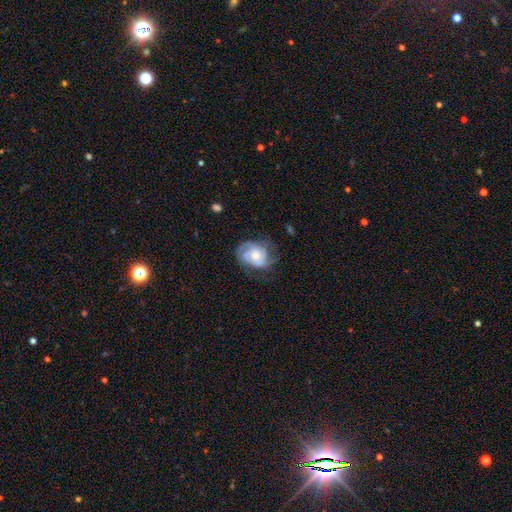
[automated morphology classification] Q: Smooth or featured?
A: featured or disk (72%); runner-up: smooth (22%)
Q: Edge-on disk?
A: no (97%); runner-up: yes (3%)
Q: Bar?
A: no (72%); runner-up: weak (24%)
Q: Spiral arms?
A: yes (90%); runner-up: no (10%)
Q: Spiral winding?
A: tight (53%); runner-up: medium (36%)
Q: Spiral arm count?
A: 2 (34%); runner-up: can't tell (27%)
Q: Bulge size?
A: moderate (58%); runner-up: small (26%)
Q: Merging?
A: none (61%); runner-up: minor disturbance (24%)